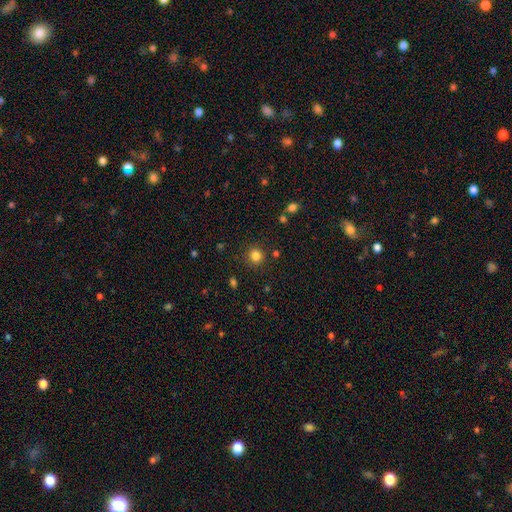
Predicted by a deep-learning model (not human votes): This is clearly a smooth galaxy (82%). How rounded: clearly round (88%). Merging: clearly none (88%).